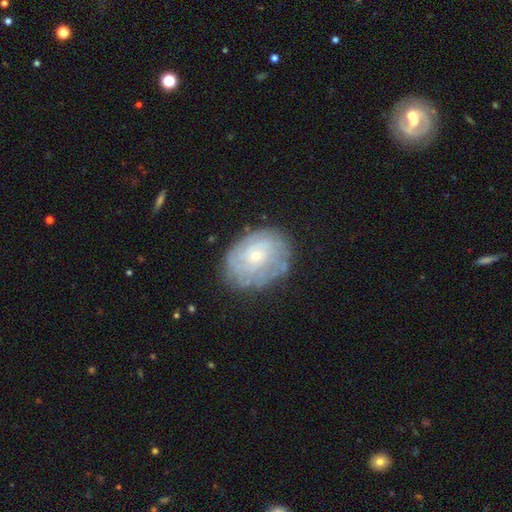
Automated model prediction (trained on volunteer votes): smooth-or-featured: featured or disk: 66% | smooth: 26% | star or artifact: 8%
  disk-edge-on: no: 96% | yes: 4%
    bar: no: 81% | weak: 16% | strong: 3%
    has-spiral-arms: yes: 72% | no: 28%
    bulge-size: small: 78% | moderate: 19% | none: 2% | large: 1% | dominant: 1%
  merging: none: 73% | minor disturbance: 19% | major disturbance: 7% | merger: 2%